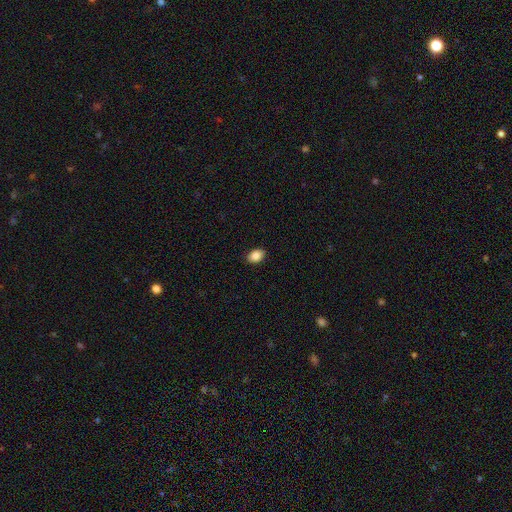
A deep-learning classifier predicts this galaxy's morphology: Q: Smooth or featured?
A: smooth (88%); runner-up: star or artifact (8%)
Q: How rounded?
A: in between (82%); runner-up: round (17%)
Q: Merging?
A: none (88%); runner-up: minor disturbance (9%)